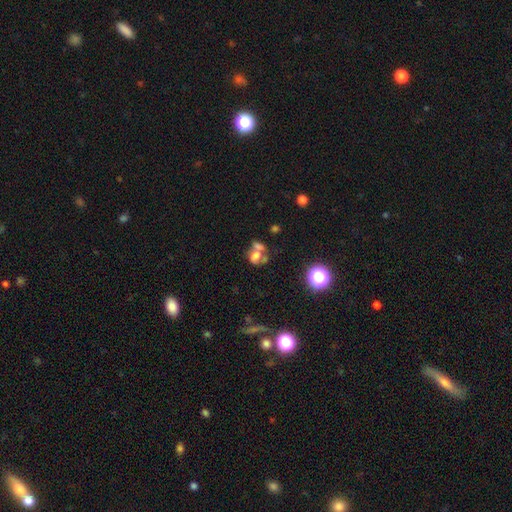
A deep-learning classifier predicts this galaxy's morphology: smooth 57%, featured or disk 26%, star or artifact 18%. Down the decision tree: how rounded — in between (53%); merging — merger (56%).